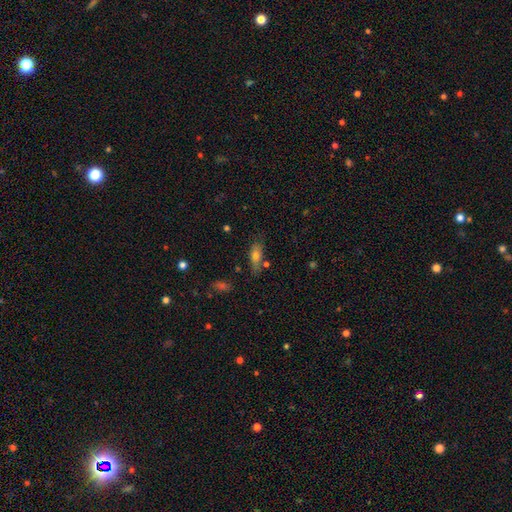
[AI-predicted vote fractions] Morphology: type=smooth (70%); roundness=in between (69%); merging=none (68%).